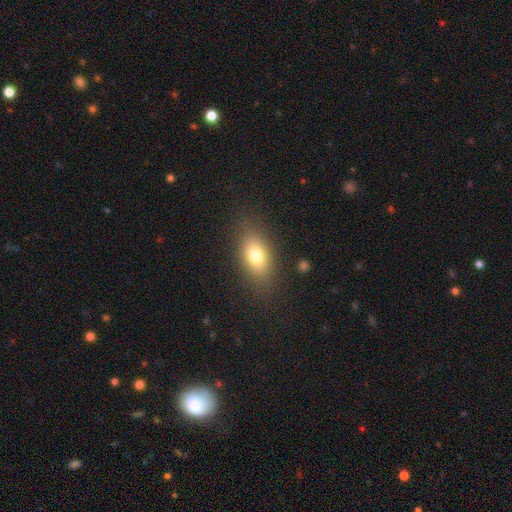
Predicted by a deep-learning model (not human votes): A smooth galaxy with no disk features (76%) that is in between round and cigar-shaped (85%).

Vote fractions:
- Smooth or featured? smooth: 76% / featured or disk: 14% / star or artifact: 9%
- How rounded? in between: 85% / round: 9% / cigar-shaped: 6%
- Merging? none: 82% / minor disturbance: 11% / major disturbance: 5% / merger: 1%